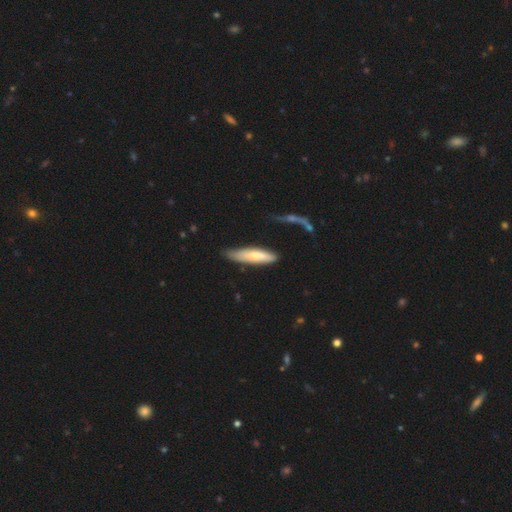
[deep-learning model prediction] Overall: smooth (69%). How rounded: cigar-shaped (71%). Merging: none (63%; minor disturbance 26%).